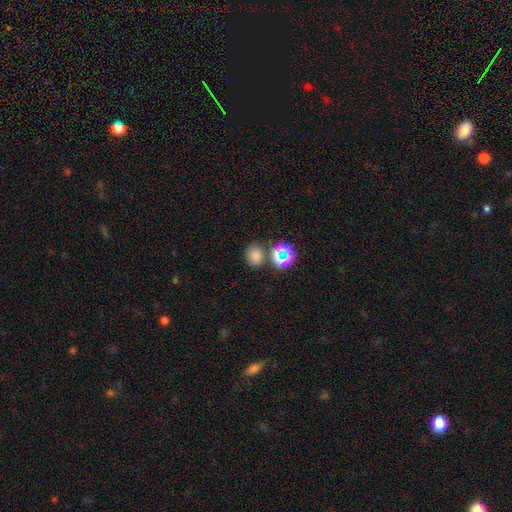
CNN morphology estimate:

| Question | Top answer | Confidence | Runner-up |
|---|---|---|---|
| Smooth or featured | smooth | 72% | star or artifact (22%) |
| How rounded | round | 63% | in between (36%) |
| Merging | none | 72% | merger (13%) |